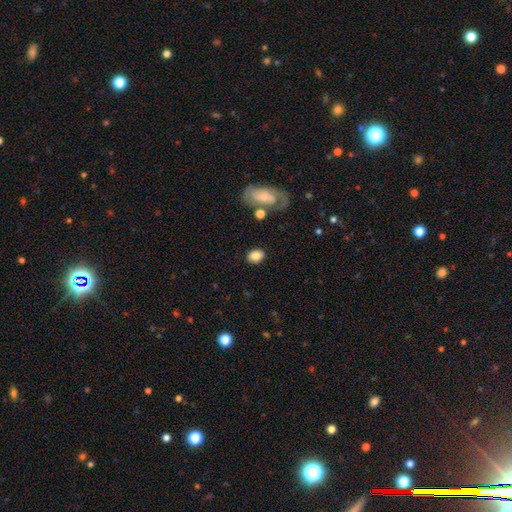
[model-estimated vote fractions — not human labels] smooth-or-featured: smooth: 78% | featured or disk: 14% | star or artifact: 8%
  how-rounded: in between: 69% | round: 30% | cigar-shaped: 1%
  merging: none: 80% | minor disturbance: 12% | major disturbance: 5% | merger: 4%